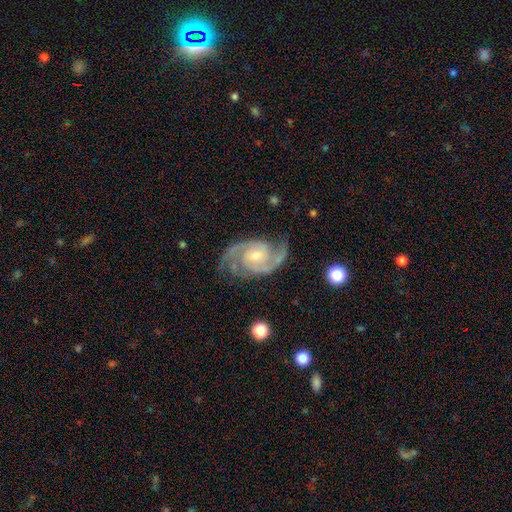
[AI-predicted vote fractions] smooth_or_featured: featured or disk (p=0.93) [alt: star or artifact p=0.04]
disk_edge_on: no (p=0.98) [alt: yes p=0.02]
bar: no (p=0.47) [alt: weak p=0.43]
has_spiral_arms: yes (p=0.98) [alt: no p=0.02]
spiral_winding: medium (p=0.58) [alt: tight p=0.31]
spiral_arm_count: 2 (p=0.90) [alt: 3 p=0.04]
bulge_size: small (p=0.55) [alt: moderate p=0.39]
merging: none (p=0.77) [alt: minor disturbance p=0.16]